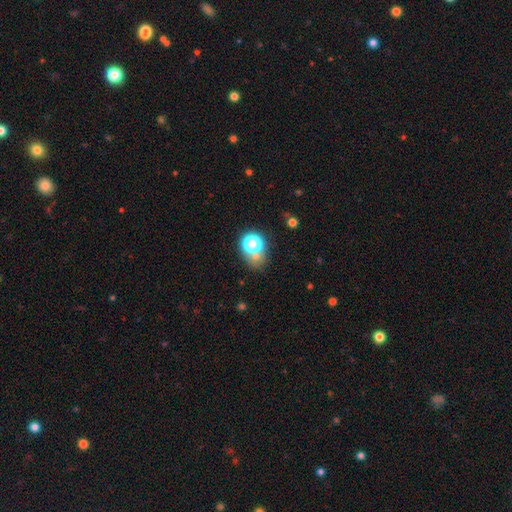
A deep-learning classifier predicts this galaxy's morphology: The model was most divided on "merging": none: 52%, merger: 24%, minor disturbance: 14%, major disturbance: 10%. More confident: how rounded — round (66%); smooth or featured — smooth (60%).